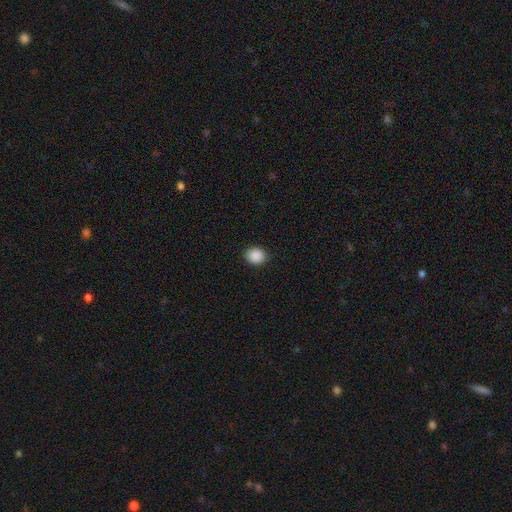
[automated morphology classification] Smooth or featured?
  - smooth: 90% *
  - star or artifact: 8%
  - featured or disk: 2%
How rounded?
  - round: 68% *
  - in between: 31%
  - cigar-shaped: 1%
Merging?
  - none: 91% *
  - minor disturbance: 7%
  - major disturbance: 2%
  - merger: 1%